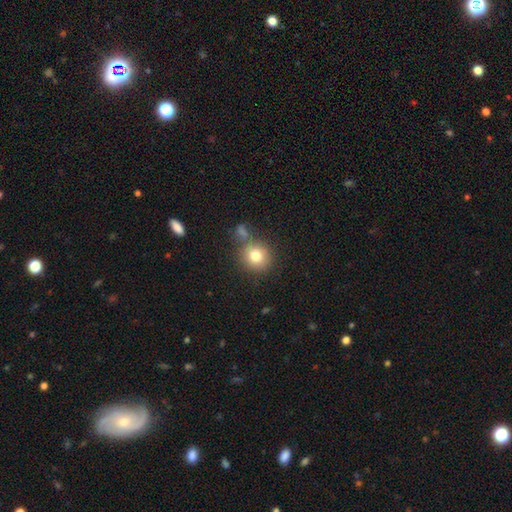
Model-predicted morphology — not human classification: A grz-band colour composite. It shows a smooth galaxy with no disk features (79%) that is round (86%). Merging: none (69%).